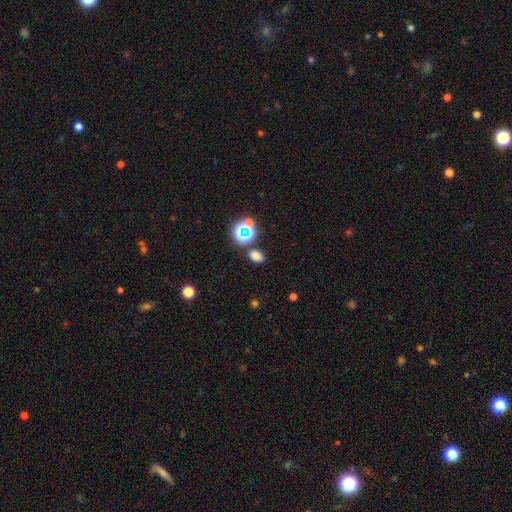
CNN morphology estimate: This appears to be a smooth galaxy with no disk features (70%) that is in between round and cigar-shaped (74%). Merging: none (79%).